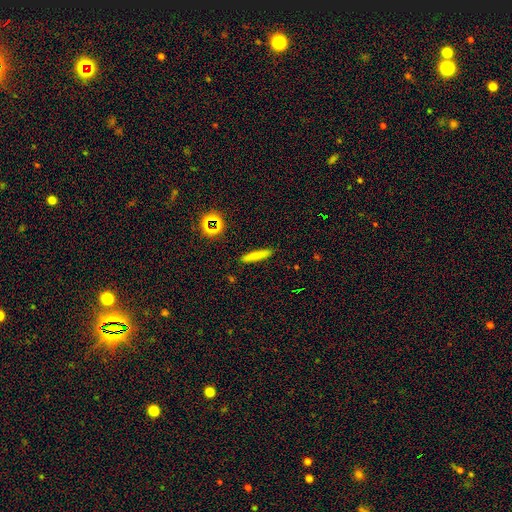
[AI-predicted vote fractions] This is likely a smooth galaxy (75%). How rounded: clearly cigar-shaped (90%). Merging: clearly none (89%).